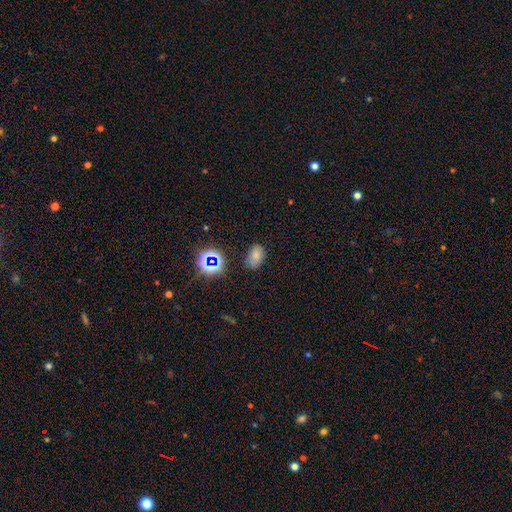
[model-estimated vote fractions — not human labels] Morphology: type=smooth (71%); roundness=in between (85%); merging=none (74%).